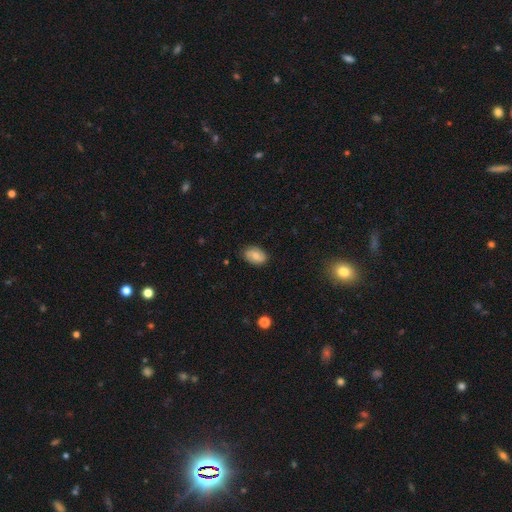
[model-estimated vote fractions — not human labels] The model was most divided on "smooth or featured": smooth: 70%, featured or disk: 22%, star or artifact: 8%. More confident: how rounded — in between (87%); merging — none (82%).